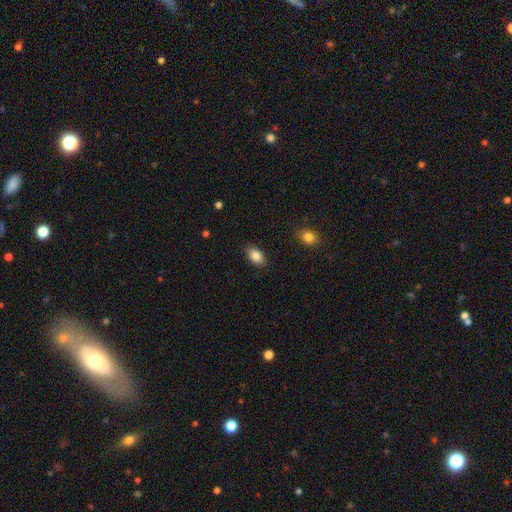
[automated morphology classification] A smooth galaxy with no disk features (85%) that is in between round and cigar-shaped (90%). Merging: none (87%).